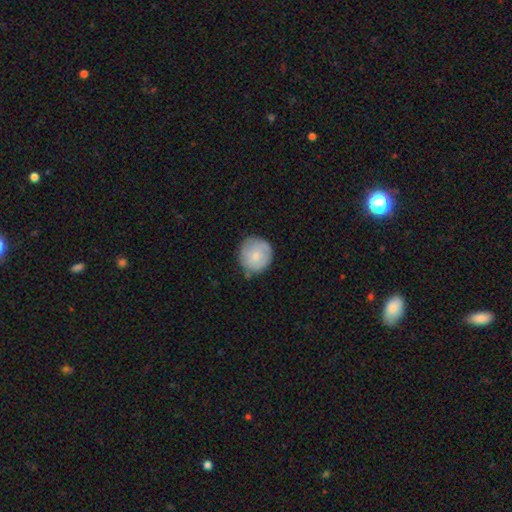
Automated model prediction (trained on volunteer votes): Morphology: type=smooth (73%); roundness=round (93%); merging=none (75%).